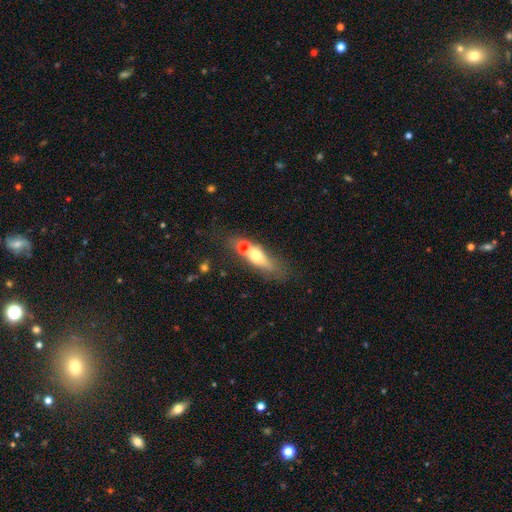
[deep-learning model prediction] This is possibly a smooth galaxy (56%). How rounded: possibly in between (52%). Merging: possibly merger (59%).